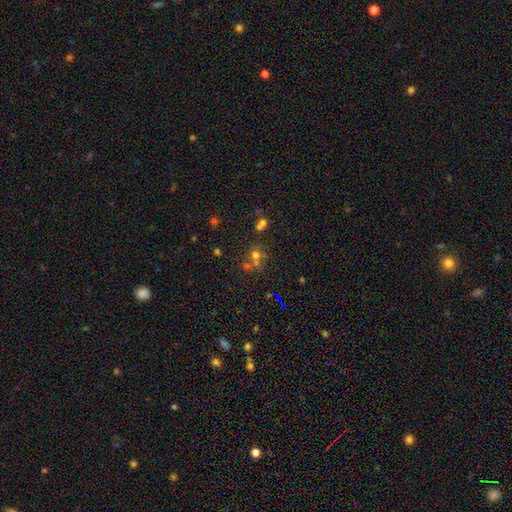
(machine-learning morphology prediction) The model was most divided on "merging": none: 50%, merger: 37%, minor disturbance: 8%, major disturbance: 5%. More confident: how rounded — round (80%); smooth or featured — smooth (53%).